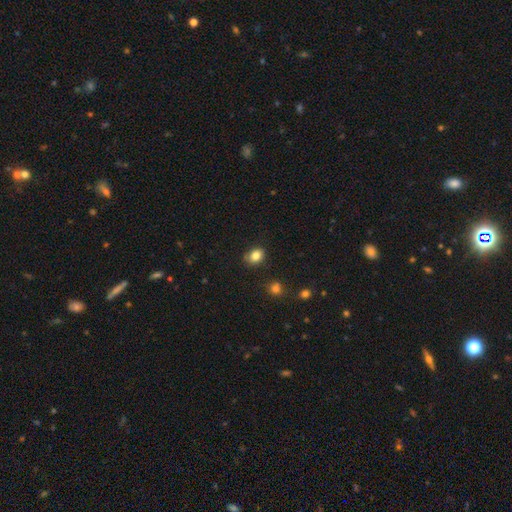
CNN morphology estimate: smooth-or-featured: smooth: 83% | star or artifact: 10% | featured or disk: 6%
  how-rounded: in between: 57% | round: 42% | cigar-shaped: 1%
  merging: none: 80% | minor disturbance: 14% | merger: 3% | major disturbance: 3%